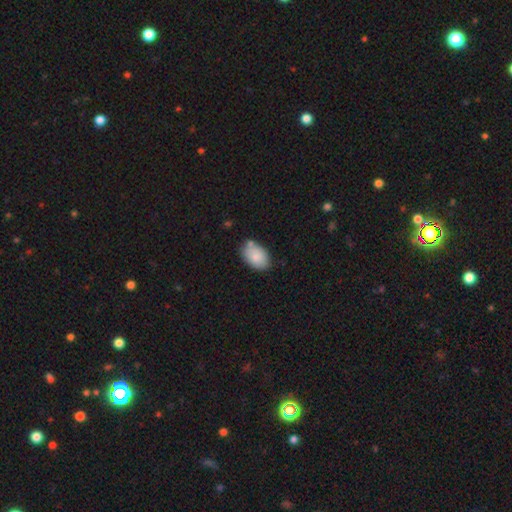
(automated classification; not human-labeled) This appears to be a smooth galaxy with no disk features (84%) that is in between round and cigar-shaped (90%). Merging: none (71%).